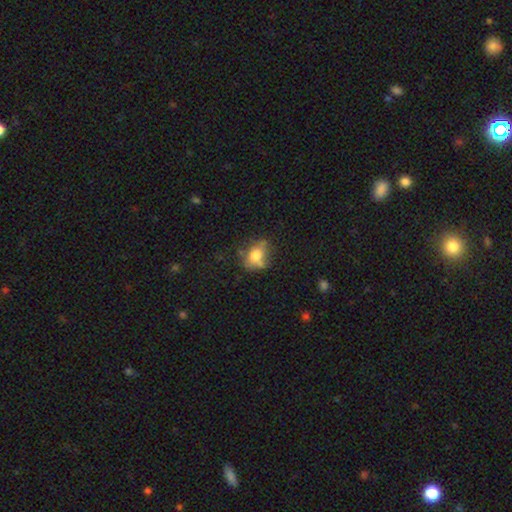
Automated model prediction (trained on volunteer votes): Q: Smooth or featured?
A: smooth (66%); runner-up: featured or disk (23%)
Q: How rounded?
A: in between (61%); runner-up: round (37%)
Q: Merging?
A: none (51%); runner-up: minor disturbance (26%)